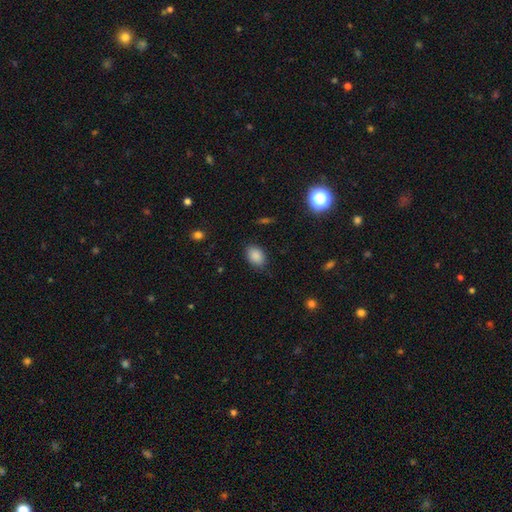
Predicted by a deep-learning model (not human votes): smooth 87%, star or artifact 9%, featured or disk 4%. Down the decision tree: how rounded — in between (82%); merging — none (81%).